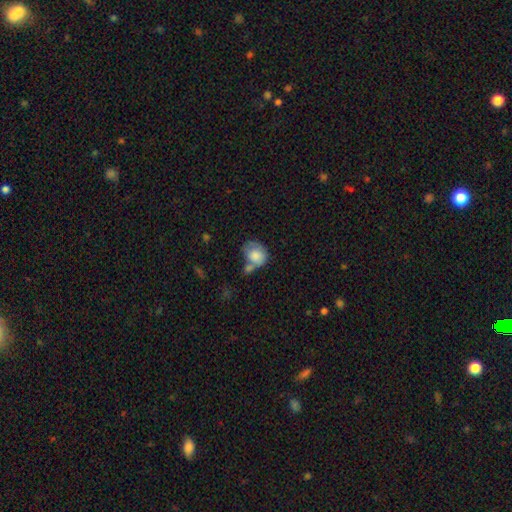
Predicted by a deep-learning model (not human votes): smooth_or_featured: smooth (p=0.77) [alt: featured or disk p=0.15]
how_rounded: round (p=0.51) [alt: in between p=0.48]
merging: merger (p=0.38) [alt: none p=0.28]